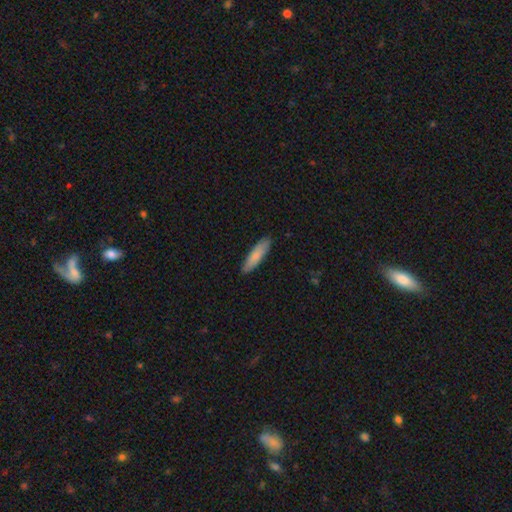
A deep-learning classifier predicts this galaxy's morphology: A smooth galaxy with no disk features (80%) that is cigar-shaped (69%).

Vote fractions:
- Smooth or featured? smooth: 80% / featured or disk: 15% / star or artifact: 5%
- How rounded? cigar-shaped: 69% / in between: 30% / round: 2%
- Merging? none: 88% / minor disturbance: 9% / major disturbance: 2% / merger: 1%